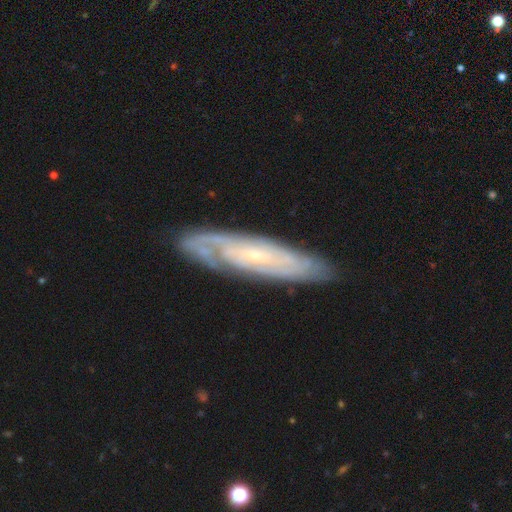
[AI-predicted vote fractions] Morphology: type=featured or disk (80%); edge-on=no (73%); bar=no (62%); spiral arms=yes (92%); winding=tight (70%); arm count=can't tell (53%); bulge=small (77%); merging=none (81%).